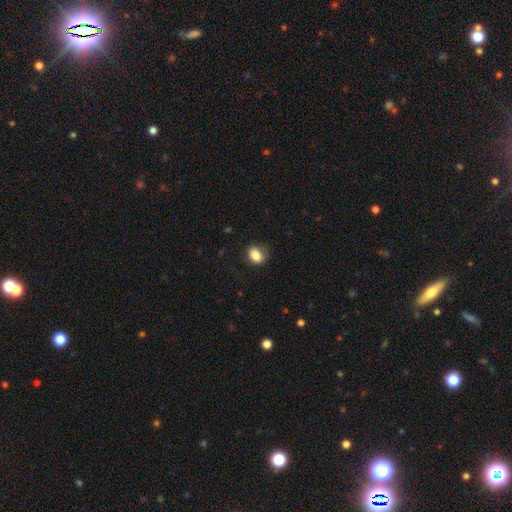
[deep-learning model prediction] smooth 85%, star or artifact 9%, featured or disk 6%. Down the decision tree: how rounded — in between (62%); merging — none (74%).